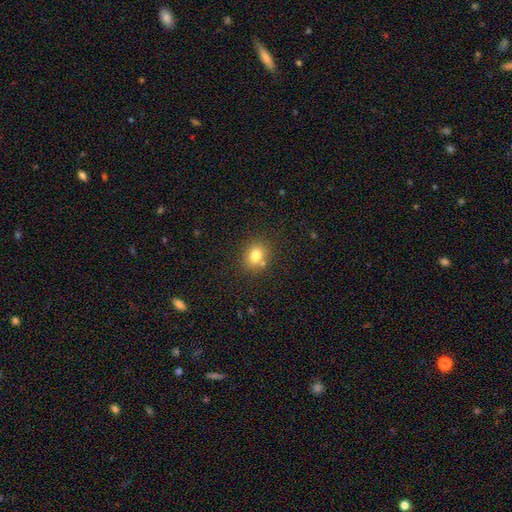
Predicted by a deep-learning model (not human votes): Smooth or featured? smooth (79%)
How rounded? round (59%)
Merging? none (73%)